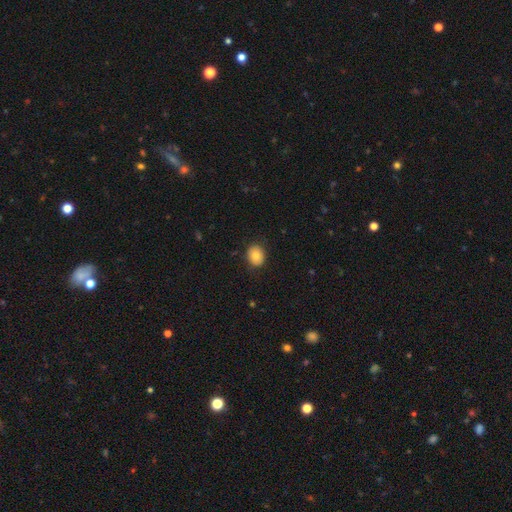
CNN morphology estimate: type=smooth (81%); roundness=round (54%); merging=none (84%).